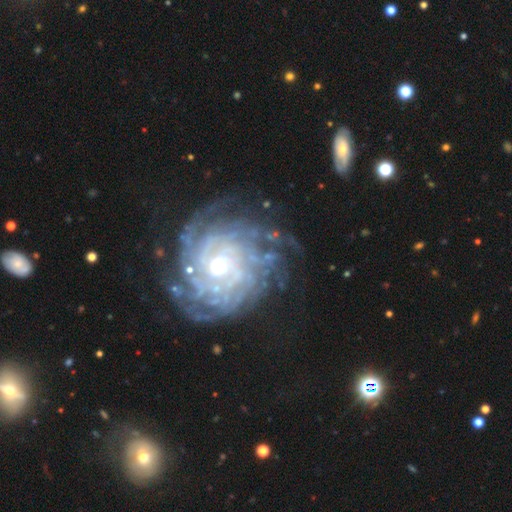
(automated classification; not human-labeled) Morphology: type=featured or disk (89%); edge-on=no (97%); bar=no (69%); spiral arms=yes (97%); winding=tight (82%); arm count=can't tell (29%, tied with more than 4); bulge=small (53%); merging=none (74%).